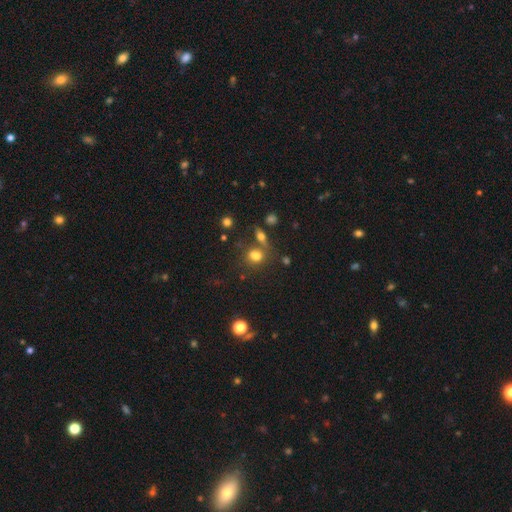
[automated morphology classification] A smooth galaxy with no disk features (73%) that is in between round and cigar-shaped (50%).

Vote fractions:
- Smooth or featured? smooth: 73% / star or artifact: 16% / featured or disk: 11%
- How rounded? in between: 50% / round: 47% / cigar-shaped: 3%
- Merging? none: 55% / merger: 27% / minor disturbance: 13% / major disturbance: 6%